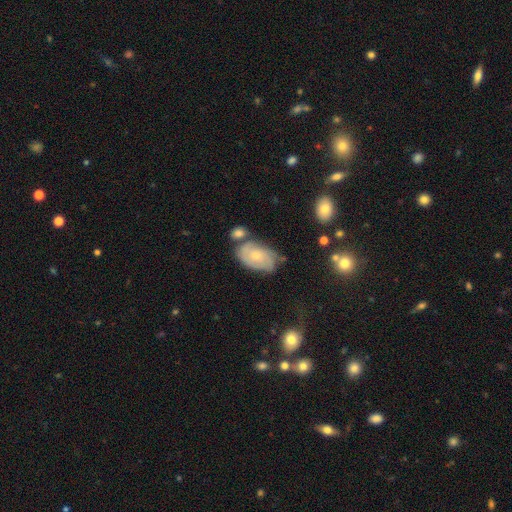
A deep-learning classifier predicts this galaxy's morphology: Smooth or featured? Predicted: featured or disk (p=0.58). Edge-on disk? Predicted: no (p=0.95). Bar? Predicted: no (p=0.78). Spiral arms? Predicted: yes (p=0.82). Bulge size? Predicted: small (p=0.61). Merging? Predicted: none (p=0.53).